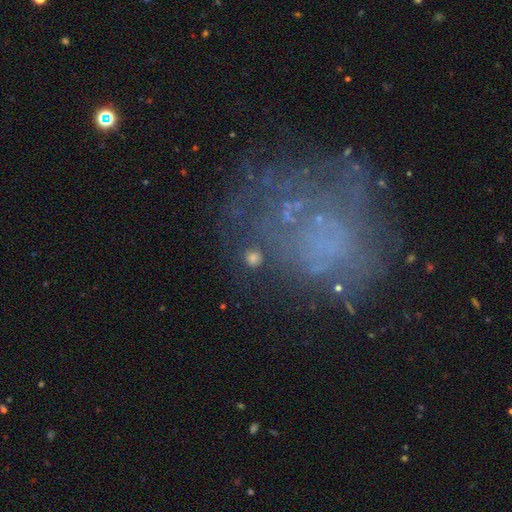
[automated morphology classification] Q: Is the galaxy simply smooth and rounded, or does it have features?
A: featured or disk — 49%.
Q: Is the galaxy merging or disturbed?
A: none — 52%.